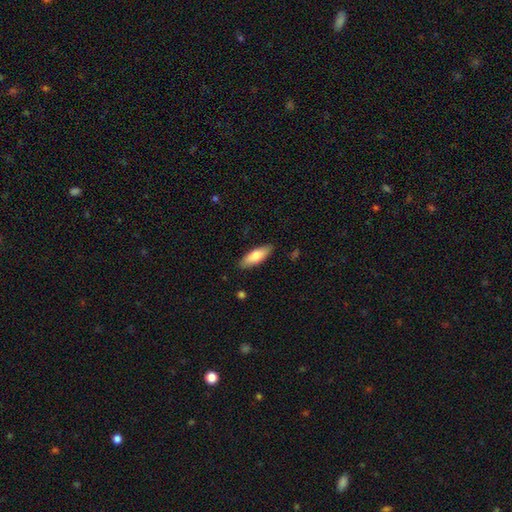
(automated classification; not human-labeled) Q: Smooth or featured?
A: smooth (78%); runner-up: featured or disk (16%)
Q: How rounded?
A: in between (65%); runner-up: cigar-shaped (33%)
Q: Merging?
A: none (87%); runner-up: minor disturbance (10%)